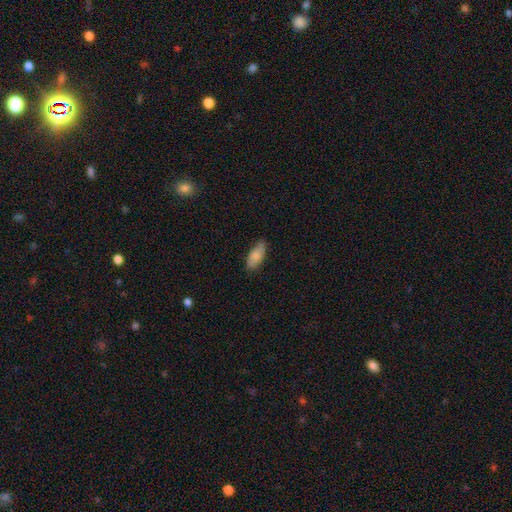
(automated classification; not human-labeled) smooth-or-featured: smooth: 79% | featured or disk: 15% | star or artifact: 7%
  how-rounded: in between: 86% | cigar-shaped: 12% | round: 2%
  merging: none: 70% | minor disturbance: 24% | major disturbance: 4% | merger: 1%